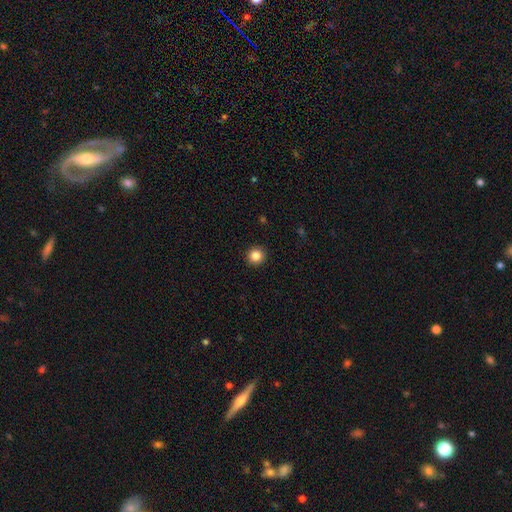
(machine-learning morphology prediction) This is clearly a smooth galaxy (85%). How rounded: clearly round (93%). Merging: clearly none (93%).